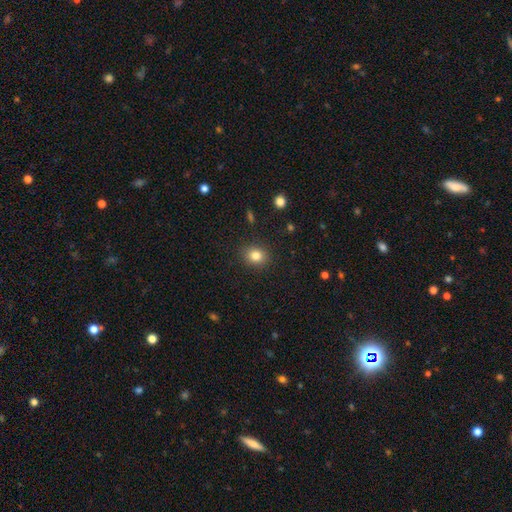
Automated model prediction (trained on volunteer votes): A smooth galaxy with no disk features (83%) that is round (67%).

Vote fractions:
- Smooth or featured? smooth: 83% / star or artifact: 11% / featured or disk: 6%
- How rounded? round: 67% / in between: 32% / cigar-shaped: 1%
- Merging? none: 89% / minor disturbance: 8% / major disturbance: 2% / merger: 1%